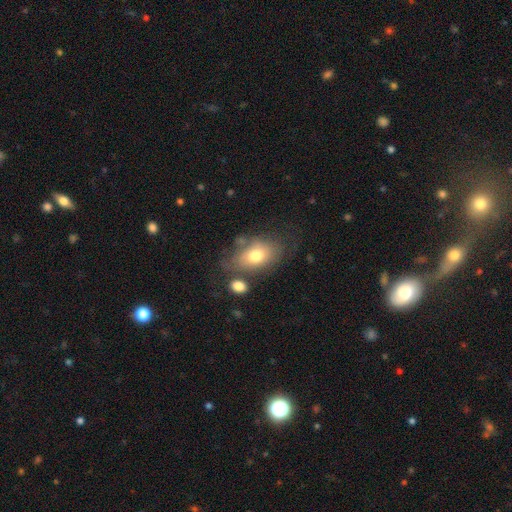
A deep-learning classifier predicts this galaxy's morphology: The model was most divided on "merging": none: 52%, minor disturbance: 23%, major disturbance: 13%, merger: 11%. More confident: how rounded — in between (83%); smooth or featured — smooth (71%).